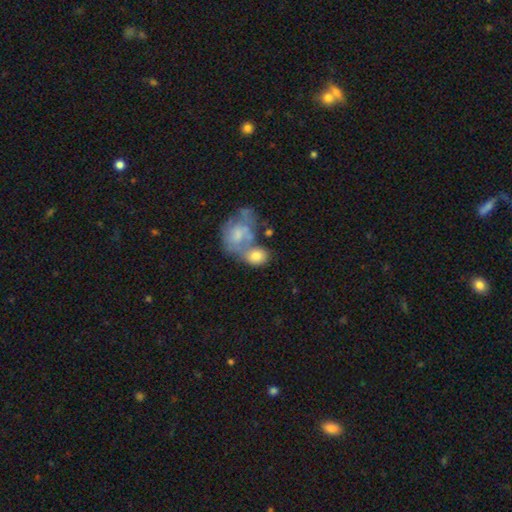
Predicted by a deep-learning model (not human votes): A smooth galaxy with no disk features (69%) that is in between round and cigar-shaped (50%).

Vote fractions:
- Smooth or featured? smooth: 69% / featured or disk: 23% / star or artifact: 8%
- How rounded? in between: 50% / round: 48% / cigar-shaped: 1%
- Merging? merger: 55% / none: 24% / minor disturbance: 11% / major disturbance: 10%